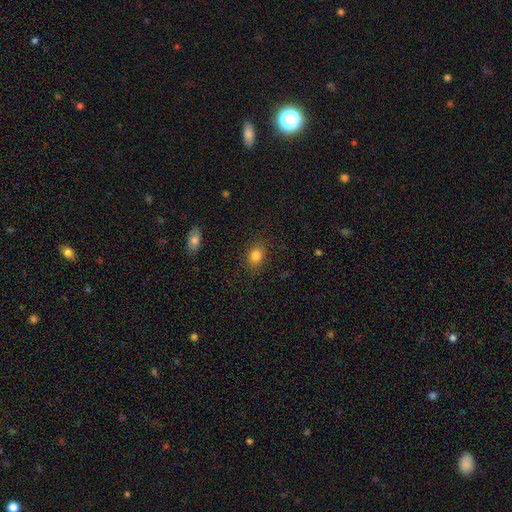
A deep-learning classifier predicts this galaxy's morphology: Overall: smooth (83%). How rounded: in between (61%; round 38%). Merging: none (84%).